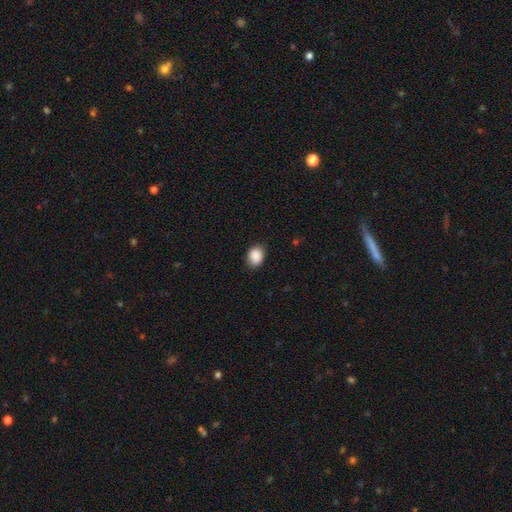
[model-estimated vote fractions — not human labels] This appears to be a smooth galaxy with no disk features (89%) that is in between round and cigar-shaped (60%). Merging: none (82%).